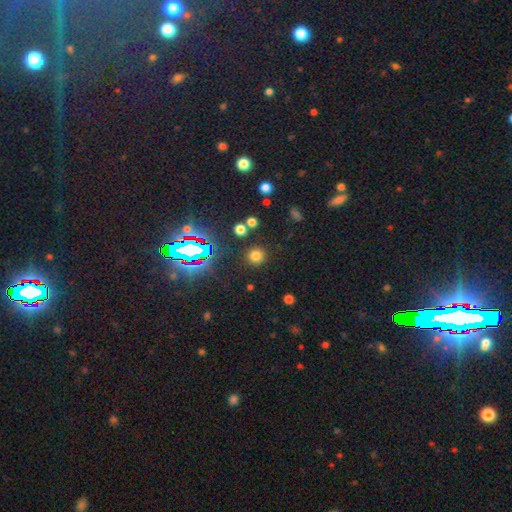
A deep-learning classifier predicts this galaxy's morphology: Overall: smooth (70%). How rounded: round (92%). Merging: none (87%).